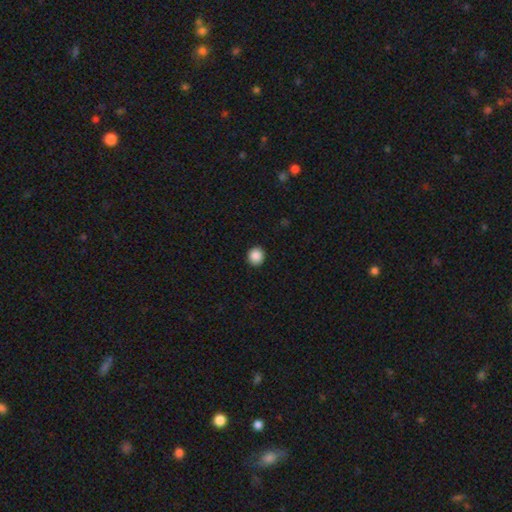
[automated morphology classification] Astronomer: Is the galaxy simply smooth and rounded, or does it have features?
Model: smooth — 88%.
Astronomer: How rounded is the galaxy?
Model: round — 90%.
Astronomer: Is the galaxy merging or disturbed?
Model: none — 92%.